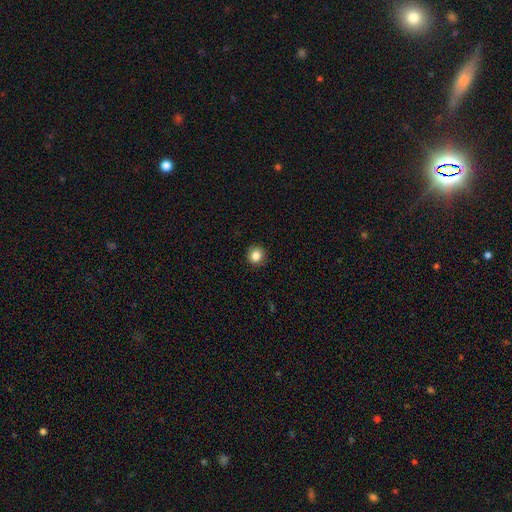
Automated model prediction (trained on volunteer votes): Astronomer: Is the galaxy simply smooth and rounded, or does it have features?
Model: smooth — 84%.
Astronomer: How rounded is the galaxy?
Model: round — 89%.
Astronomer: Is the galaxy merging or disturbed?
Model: none — 90%.